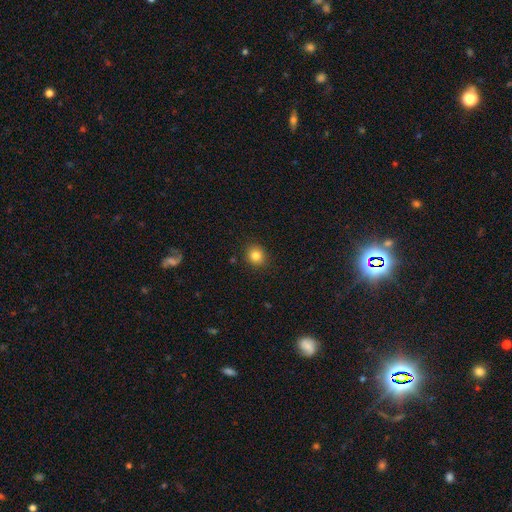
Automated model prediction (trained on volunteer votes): Smooth or featured? Predicted: smooth (p=0.82). How rounded? Predicted: round (p=0.85). Merging? Predicted: none (p=0.90).